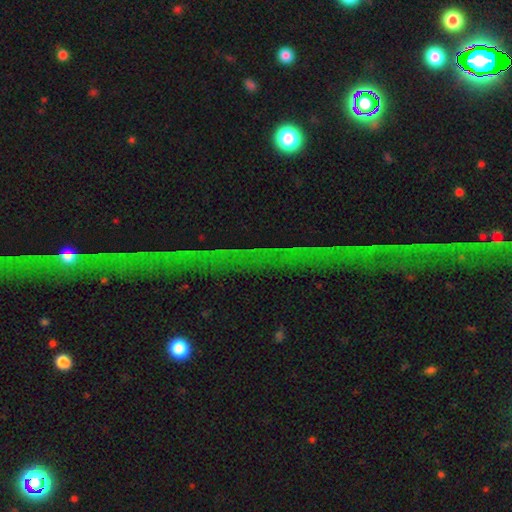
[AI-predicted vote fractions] This appears to be a star or artifact, not a galaxy (82%).